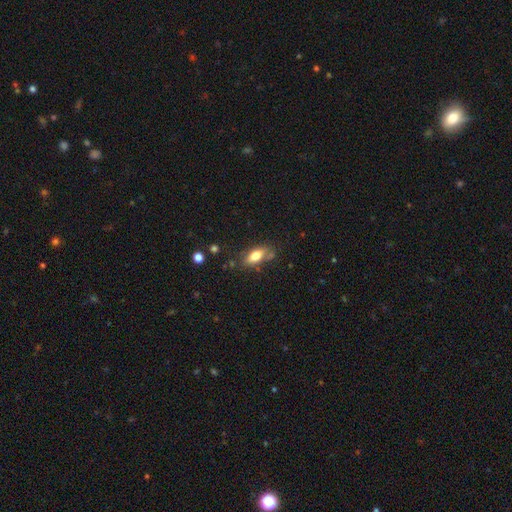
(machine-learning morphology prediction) type=smooth (77%); roundness=in between (83%); merging=none (66%).